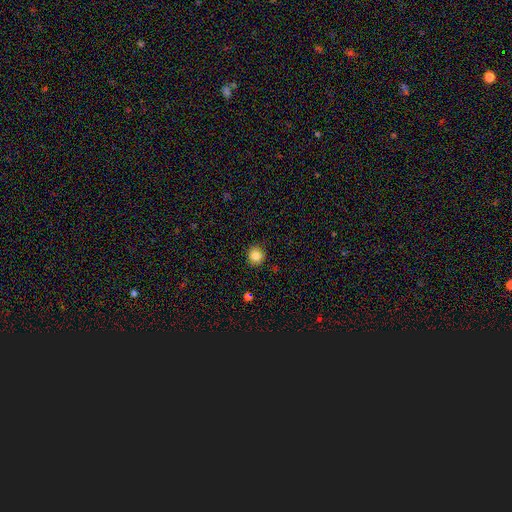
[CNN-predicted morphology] A smooth galaxy with no disk features (84%) that is round (93%).

Vote fractions:
- Smooth or featured? smooth: 84% / star or artifact: 11% / featured or disk: 5%
- How rounded? round: 93% / in between: 6% / cigar-shaped: 1%
- Merging? none: 91% / minor disturbance: 6% / major disturbance: 2% / merger: 1%